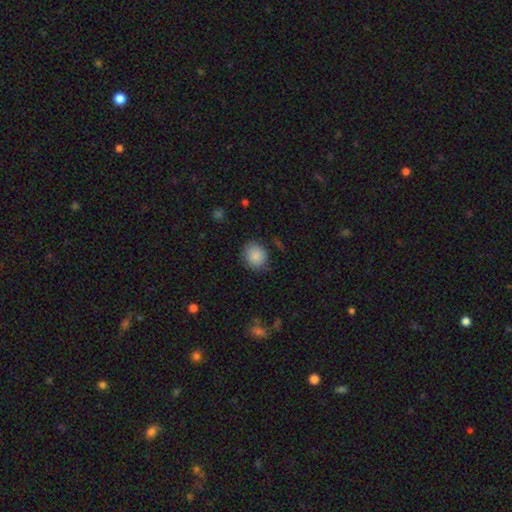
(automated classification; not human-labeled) Smooth or featured?
  - smooth: 86% *
  - star or artifact: 8%
  - featured or disk: 5%
How rounded?
  - round: 80% *
  - in between: 19%
  - cigar-shaped: 1%
Merging?
  - none: 80% *
  - minor disturbance: 15%
  - major disturbance: 4%
  - merger: 1%